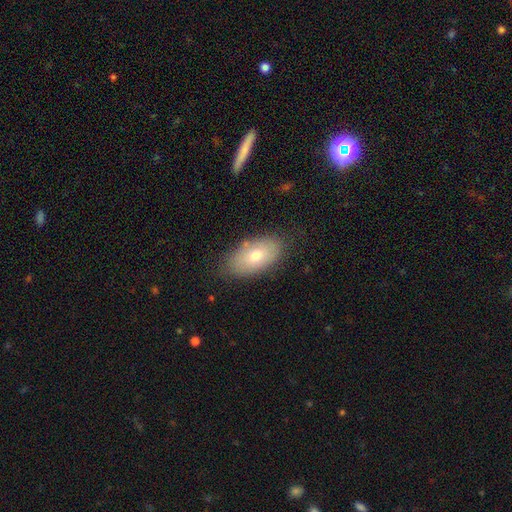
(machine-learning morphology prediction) smooth-or-featured: smooth: 69% | featured or disk: 24% | star or artifact: 8%
  how-rounded: in between: 93% | round: 5% | cigar-shaped: 2%
  merging: none: 79% | minor disturbance: 15% | major disturbance: 4% | merger: 2%